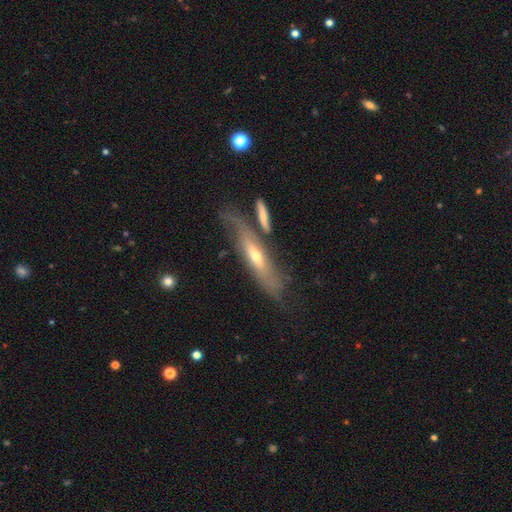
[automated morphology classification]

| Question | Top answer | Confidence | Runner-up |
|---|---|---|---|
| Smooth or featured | featured or disk | 65% | smooth (28%) |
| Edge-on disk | yes | 62% | no (38%) |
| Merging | none | 56% | minor disturbance (21%) |